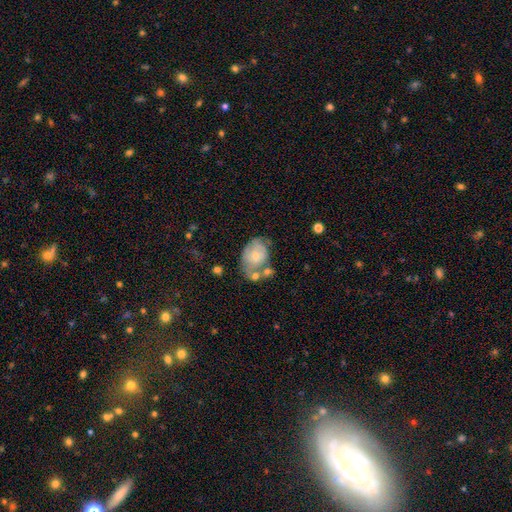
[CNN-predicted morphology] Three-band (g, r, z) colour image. It shows a featured or disk galaxy (47%). Merging: none (31%).